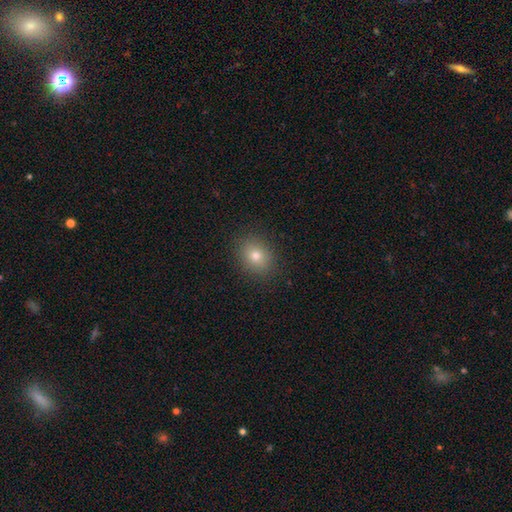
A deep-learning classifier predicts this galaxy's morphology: Q: Smooth or featured?
A: smooth (76%); runner-up: star or artifact (13%)
Q: How rounded?
A: round (52%); runner-up: in between (47%)
Q: Merging?
A: none (89%); runner-up: minor disturbance (8%)